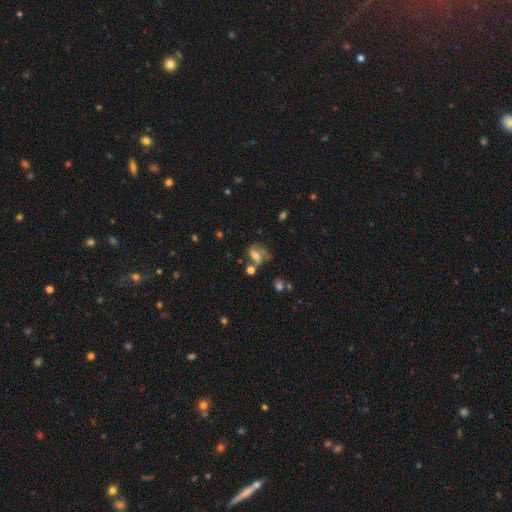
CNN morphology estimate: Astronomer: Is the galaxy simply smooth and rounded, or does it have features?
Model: featured or disk — 59%.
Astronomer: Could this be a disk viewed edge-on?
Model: no — 97%.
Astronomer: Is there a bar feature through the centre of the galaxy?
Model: no — 48% (runner-up: weak, 38%).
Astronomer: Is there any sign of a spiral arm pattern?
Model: yes — 80%.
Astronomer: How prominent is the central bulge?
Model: moderate — 56%.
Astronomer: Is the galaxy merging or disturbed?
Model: none — 39% (runner-up: minor disturbance, 21%).